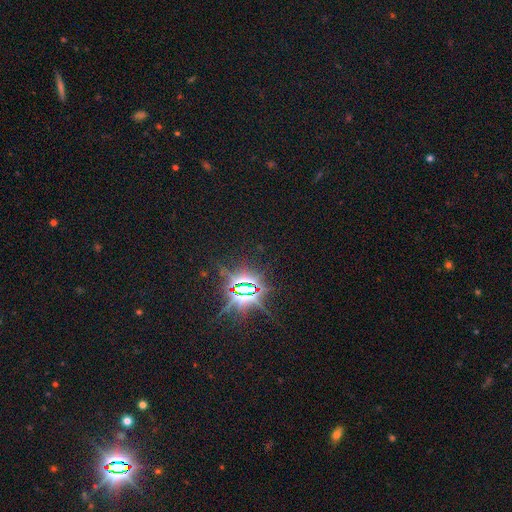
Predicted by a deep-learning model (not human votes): Q: Smooth or featured?
A: star or artifact (87%); runner-up: smooth (7%)